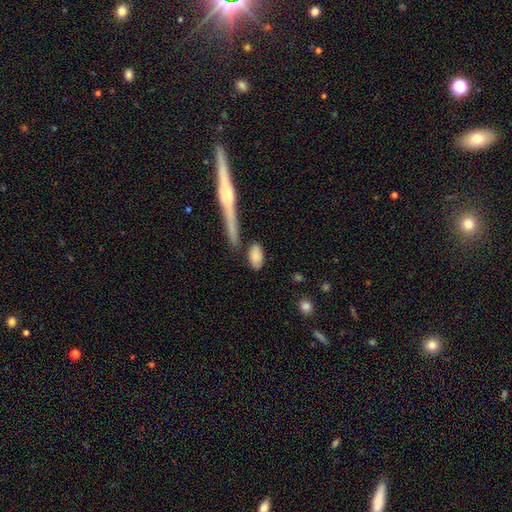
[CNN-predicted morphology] Smooth or featured: smooth — 84% (featured or disk — 10%)
How rounded: in between — 90% (cigar-shaped — 6%)
Merging: none — 74% (minor disturbance — 14%)